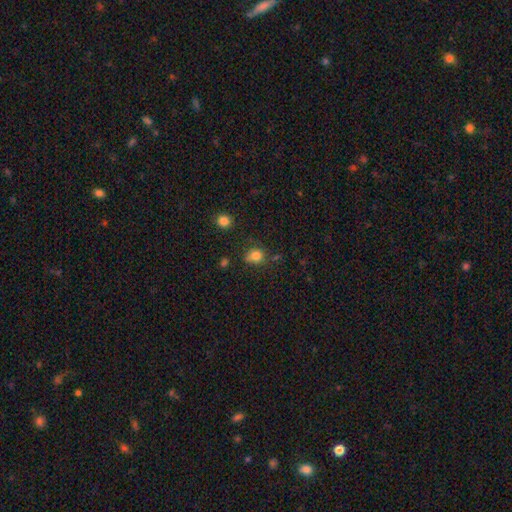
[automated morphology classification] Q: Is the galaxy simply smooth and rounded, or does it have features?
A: smooth — 81%.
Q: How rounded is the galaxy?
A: round — 68%.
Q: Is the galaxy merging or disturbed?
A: none — 66%.